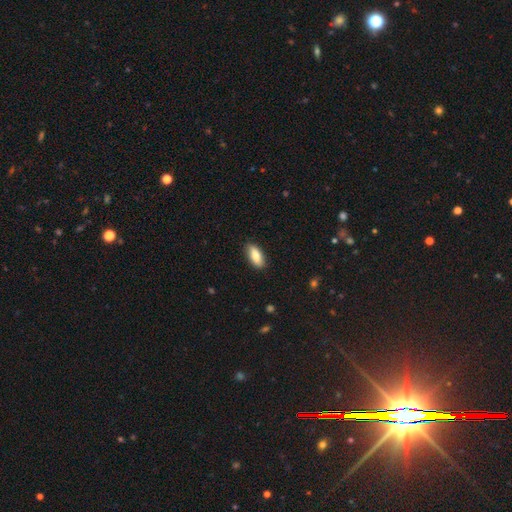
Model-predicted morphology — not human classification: A smooth galaxy with no disk features (84%) that is in between round and cigar-shaped (83%). Merging: none (87%).